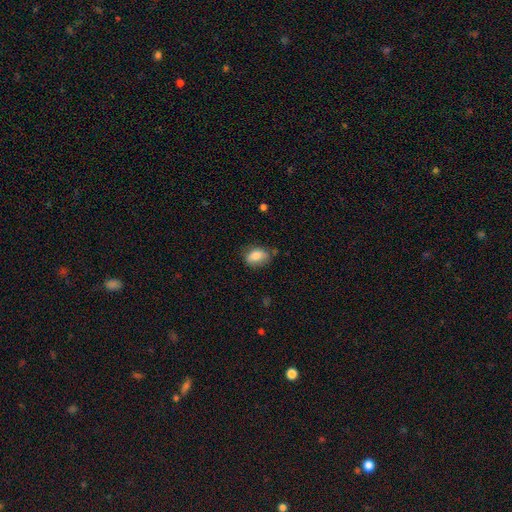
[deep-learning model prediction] Overall: smooth (82%). How rounded: in between (80%). Merging: none (63%; minor disturbance 28%).